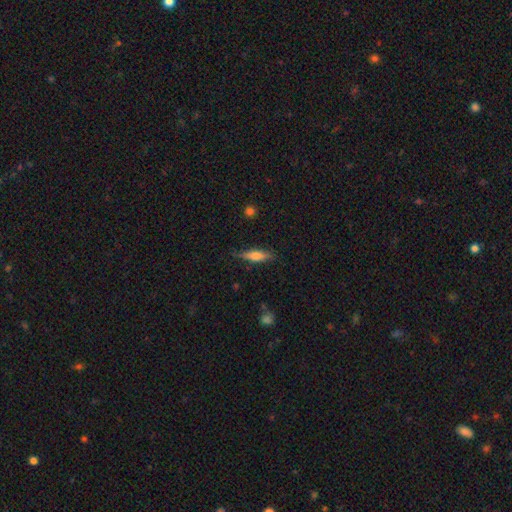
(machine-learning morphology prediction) smooth 56%, featured or disk 37%, star or artifact 7%. Down the decision tree: how rounded — cigar-shaped (70%); merging — none (80%).